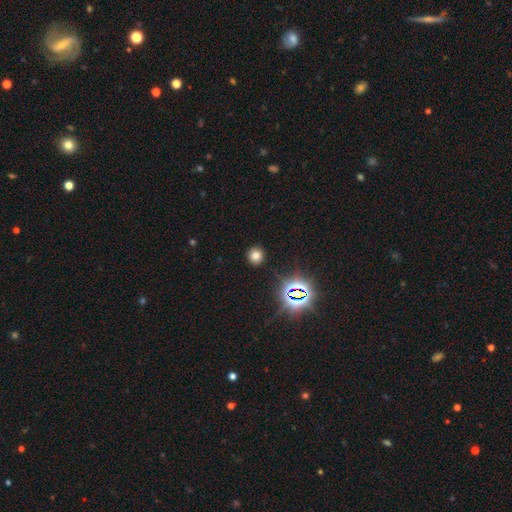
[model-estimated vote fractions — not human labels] Smooth or featured? Predicted: smooth (p=0.72). How rounded? Predicted: round (p=0.89). Merging? Predicted: none (p=0.90).